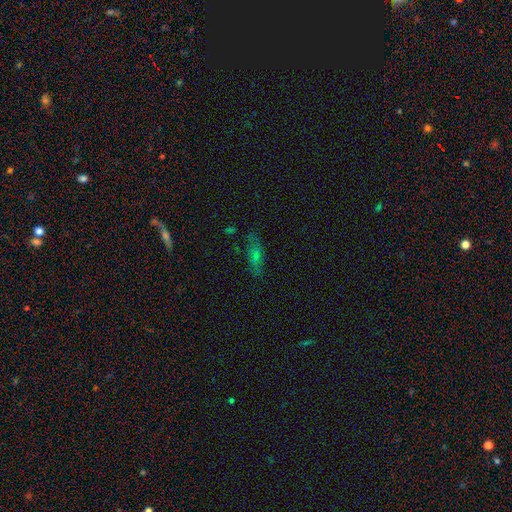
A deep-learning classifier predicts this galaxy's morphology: smooth_or_featured: smooth (p=0.39) [alt: featured or disk p=0.37]
merging: none (p=0.75) [alt: minor disturbance p=0.16]